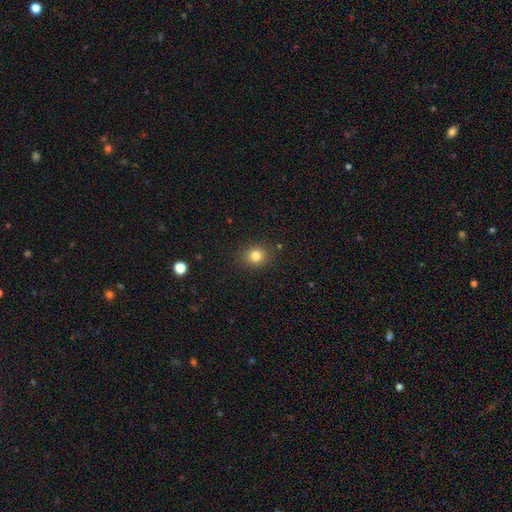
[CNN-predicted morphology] Smooth or featured?
  - smooth: 82% *
  - star or artifact: 12%
  - featured or disk: 6%
How rounded?
  - round: 77% *
  - in between: 22%
  - cigar-shaped: 1%
Merging?
  - none: 88% *
  - minor disturbance: 8%
  - major disturbance: 3%
  - merger: 1%